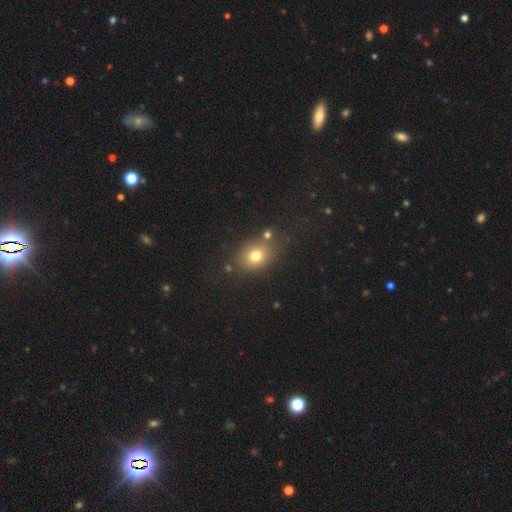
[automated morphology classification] Smooth or featured: smooth — 73% (star or artifact — 15%)
How rounded: in between — 58% (round — 40%)
Merging: none — 75% (minor disturbance — 13%)